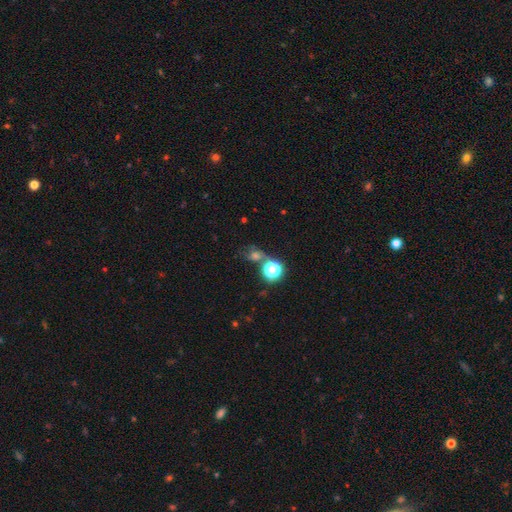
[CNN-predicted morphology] smooth 43%, star or artifact 42%, featured or disk 15%. Down the decision tree: merging — none (56%).